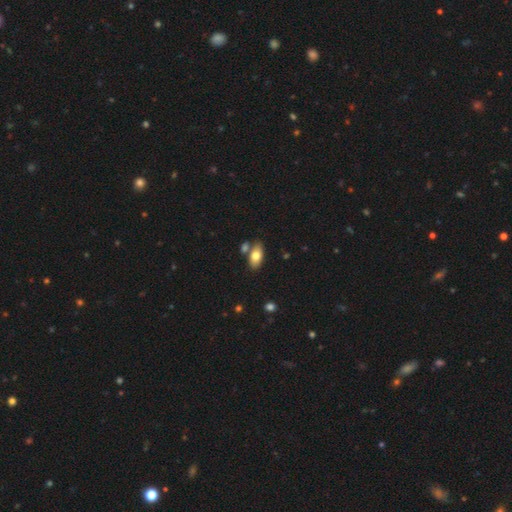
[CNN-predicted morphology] The model was most divided on "merging": none: 67%, merger: 17%, minor disturbance: 12%, major disturbance: 3%. More confident: how rounded — in between (91%); smooth or featured — smooth (77%).